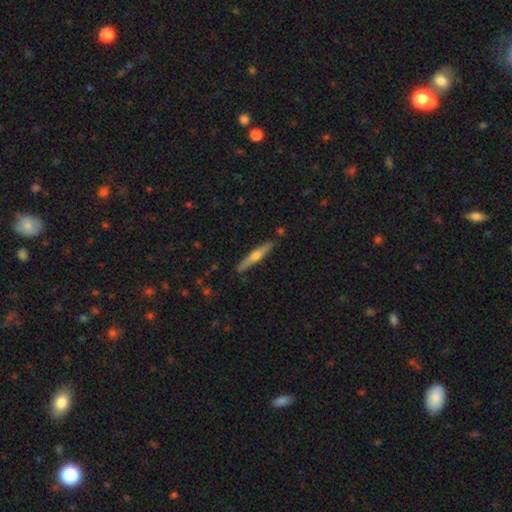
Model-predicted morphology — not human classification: This appears to be a featured or disk galaxy (60%) viewed edge-on (96%) with a rounded central bulge (88%). Merging: none (89%).